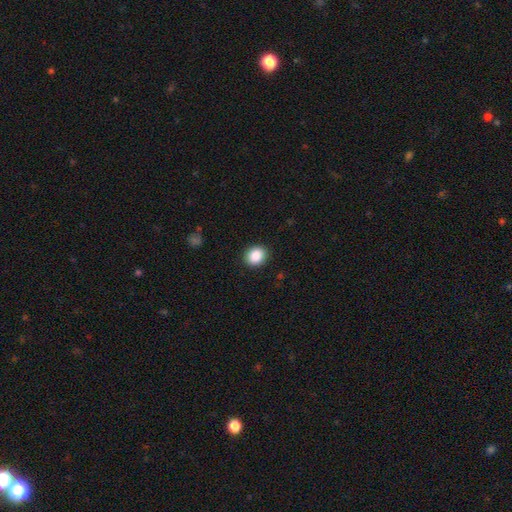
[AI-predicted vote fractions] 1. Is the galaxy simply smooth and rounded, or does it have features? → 88% smooth, 9% star or artifact, 4% featured or disk.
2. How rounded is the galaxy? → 68% round, 31% in between, 1% cigar-shaped.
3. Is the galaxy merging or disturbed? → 91% none, 6% minor disturbance, 2% major disturbance, 1% merger.